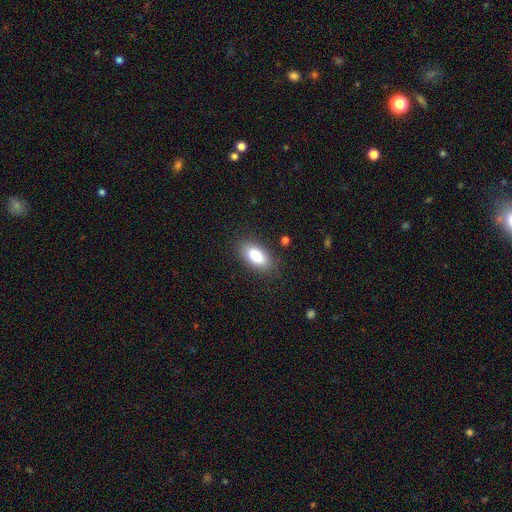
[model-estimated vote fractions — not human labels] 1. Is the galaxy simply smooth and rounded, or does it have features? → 82% smooth, 10% featured or disk, 7% star or artifact.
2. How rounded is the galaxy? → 90% in between, 6% cigar-shaped, 4% round.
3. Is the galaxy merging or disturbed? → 86% none, 10% minor disturbance, 3% major disturbance, 1% merger.